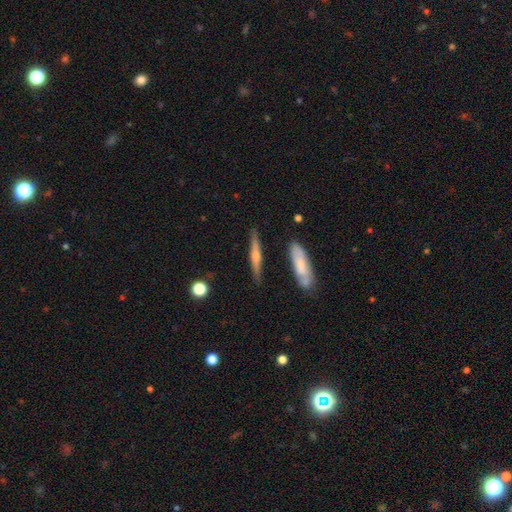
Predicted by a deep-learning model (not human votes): Morphology: type=featured or disk (59%); edge-on=yes (96%); edge-on bulge=rounded (78%); merging=none (85%).